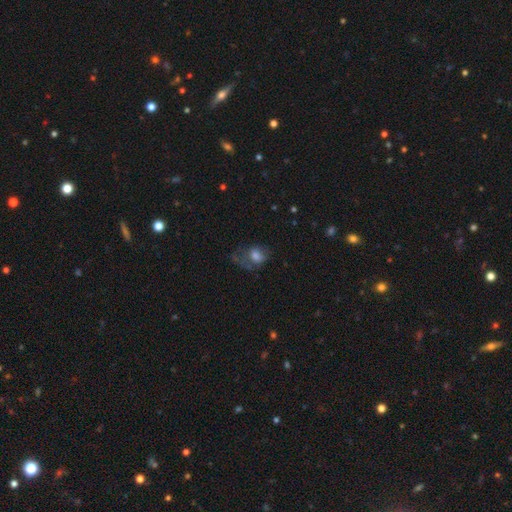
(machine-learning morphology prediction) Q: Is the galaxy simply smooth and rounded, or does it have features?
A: smooth — 58%.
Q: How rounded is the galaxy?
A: in between — 65%.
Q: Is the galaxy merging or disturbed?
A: major disturbance — 44%.